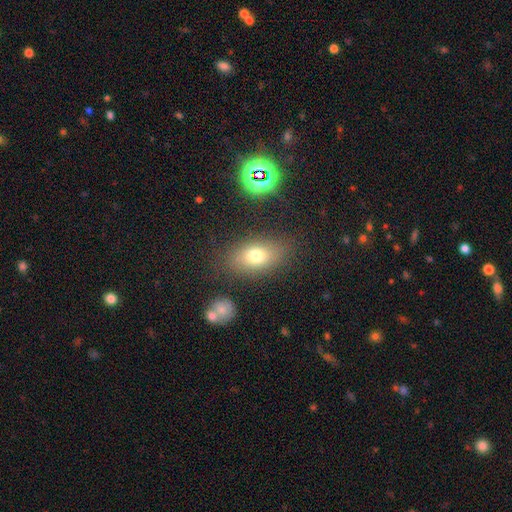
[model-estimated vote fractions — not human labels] Smooth or featured? Predicted: smooth (p=0.73). How rounded? Predicted: in between (p=0.80). Merging? Predicted: none (p=0.78).